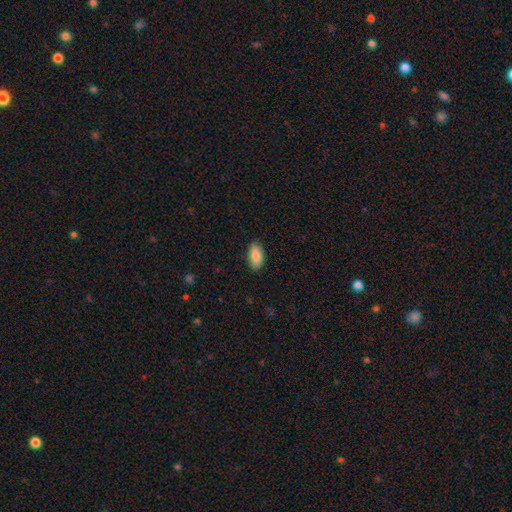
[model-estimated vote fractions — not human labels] Smooth or featured: smooth — 87% (featured or disk — 7%)
How rounded: in between — 90% (cigar-shaped — 8%)
Merging: none — 86% (minor disturbance — 11%)